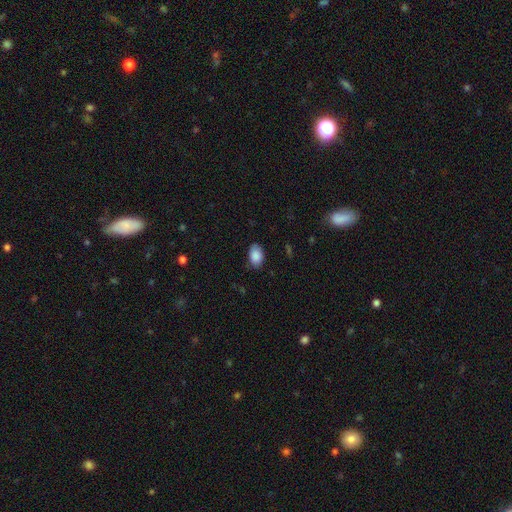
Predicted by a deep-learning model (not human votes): This is clearly a smooth galaxy (88%). How rounded: clearly in between (88%). Merging: clearly none (80%).